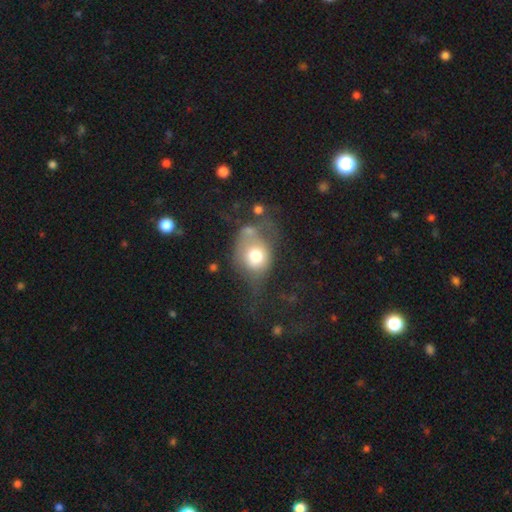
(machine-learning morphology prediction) Smooth or featured: smooth — 64% (featured or disk — 26%)
How rounded: in between — 52% (round — 47%)
Merging: major disturbance — 37% (none — 29%)